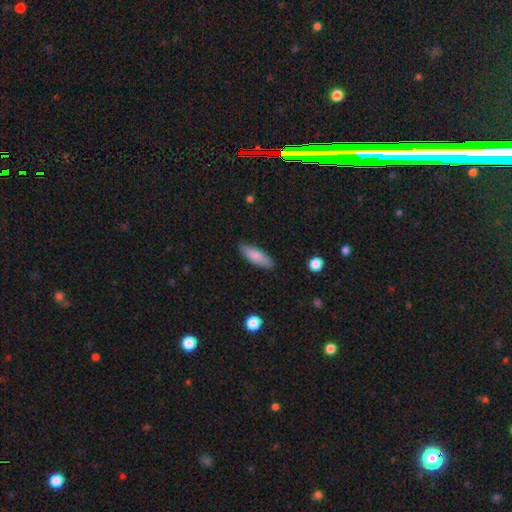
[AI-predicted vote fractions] A smooth galaxy with no disk features (84%) that is in between round and cigar-shaped (53%).

Vote fractions:
- Smooth or featured? smooth: 84% / featured or disk: 10% / star or artifact: 6%
- How rounded? in between: 53% / cigar-shaped: 45% / round: 2%
- Merging? none: 86% / minor disturbance: 11% / major disturbance: 2% / merger: 1%